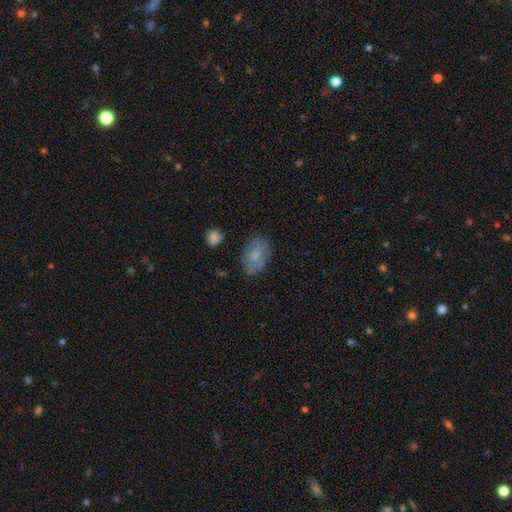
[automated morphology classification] Smooth or featured: smooth — 70% (featured or disk — 22%)
How rounded: in between — 88% (round — 10%)
Merging: none — 70% (minor disturbance — 22%)